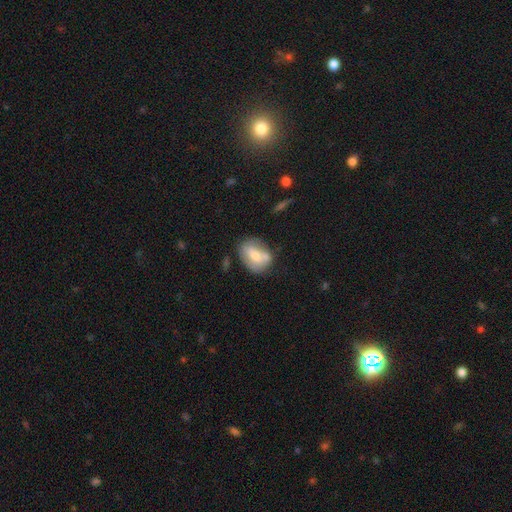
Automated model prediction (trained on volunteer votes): smooth-or-featured: smooth: 62% | featured or disk: 31% | star or artifact: 7%
  how-rounded: in between: 66% | round: 32% | cigar-shaped: 2%
  merging: none: 53% | minor disturbance: 22% | merger: 19% | major disturbance: 7%